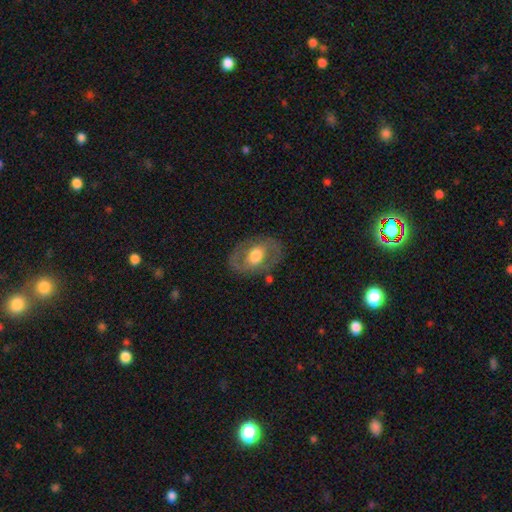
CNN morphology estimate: This appears to be a featured or disk galaxy (59%) with no bar (63%), no spiral arms (53%) and a moderate central bulge (54%). Merging: none (76%).